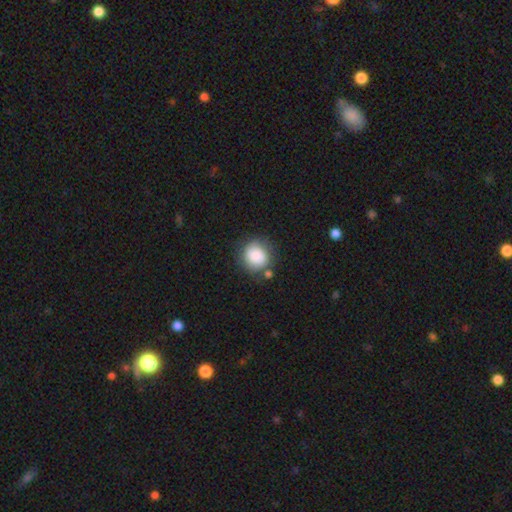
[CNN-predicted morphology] Smooth or featured: smooth — 83% (featured or disk — 9%)
How rounded: round — 84% (in between — 15%)
Merging: none — 71% (minor disturbance — 16%)